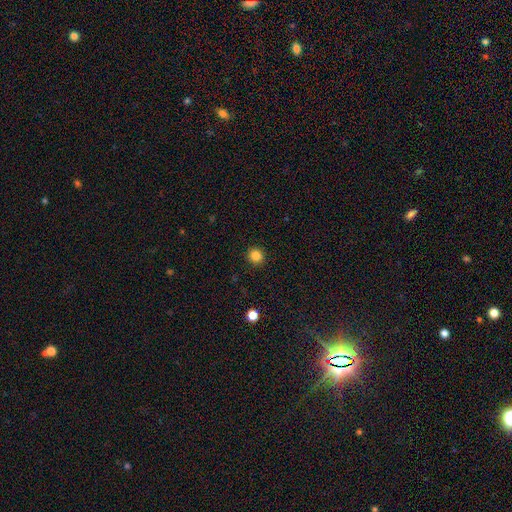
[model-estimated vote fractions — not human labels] Morphology: type=smooth (84%); roundness=round (92%); merging=none (92%).